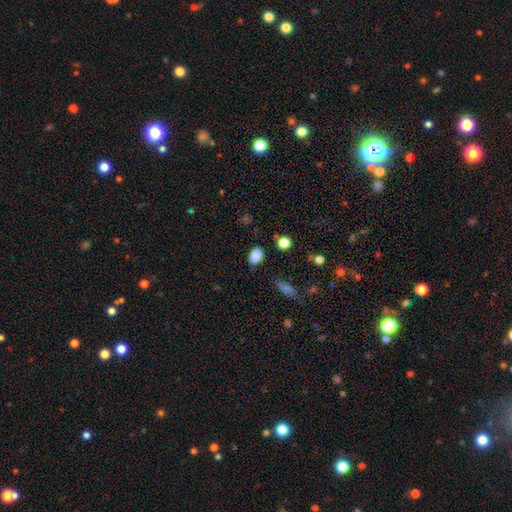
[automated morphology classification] Smooth or featured: smooth — 86% (star or artifact — 10%)
How rounded: in between — 77% (round — 22%)
Merging: none — 83% (minor disturbance — 12%)